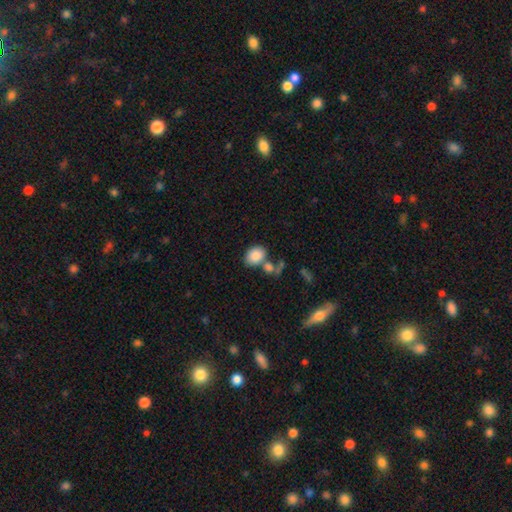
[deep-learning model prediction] smooth-or-featured: smooth: 86% | star or artifact: 8% | featured or disk: 7%
  how-rounded: in between: 68% | round: 31% | cigar-shaped: 1%
  merging: none: 54% | merger: 26% | minor disturbance: 14% | major disturbance: 6%